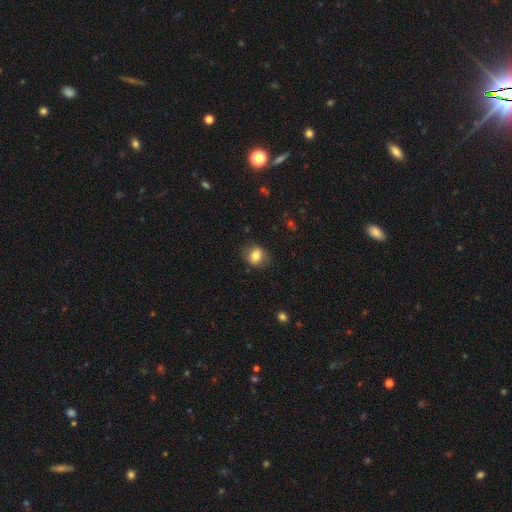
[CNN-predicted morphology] Q: Smooth or featured?
A: smooth (80%); runner-up: featured or disk (10%)
Q: How rounded?
A: round (59%); runner-up: in between (39%)
Q: Merging?
A: none (80%); runner-up: minor disturbance (14%)